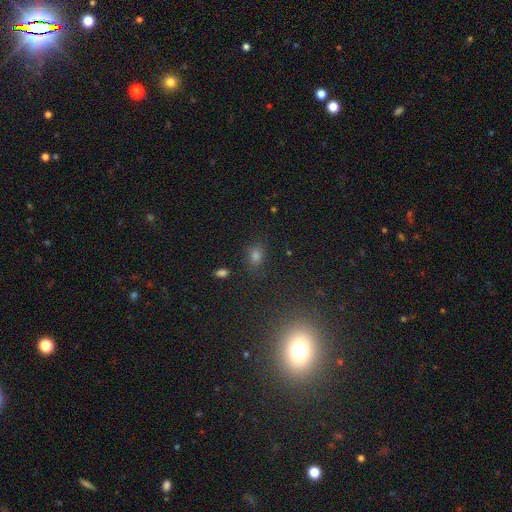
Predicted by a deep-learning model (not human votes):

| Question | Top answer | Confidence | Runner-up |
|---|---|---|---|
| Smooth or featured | smooth | 65% | star or artifact (28%) |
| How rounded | in between | 61% | round (37%) |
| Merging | none | 82% | minor disturbance (12%) |